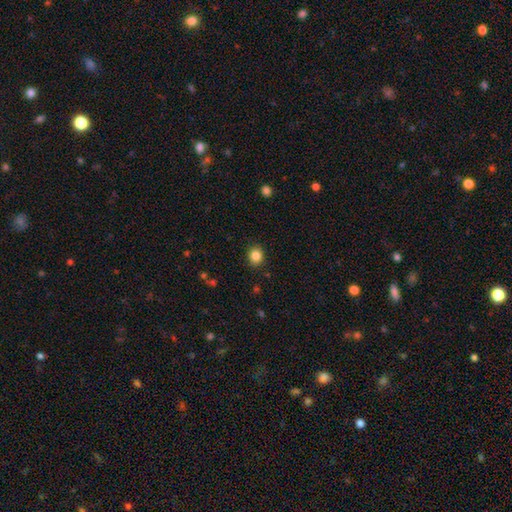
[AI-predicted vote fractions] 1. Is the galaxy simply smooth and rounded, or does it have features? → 85% smooth, 10% star or artifact, 5% featured or disk.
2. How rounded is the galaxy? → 72% round, 27% in between, 1% cigar-shaped.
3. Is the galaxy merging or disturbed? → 89% none, 8% minor disturbance, 2% major disturbance, 1% merger.